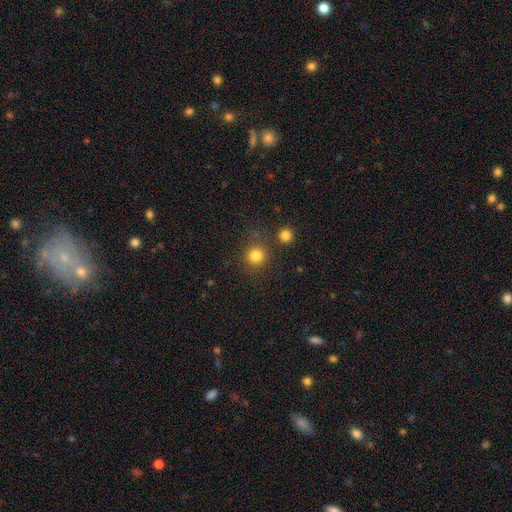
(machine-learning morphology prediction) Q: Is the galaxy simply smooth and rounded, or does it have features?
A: smooth — 82%.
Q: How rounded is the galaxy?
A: round — 93%.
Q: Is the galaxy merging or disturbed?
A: none — 81%.